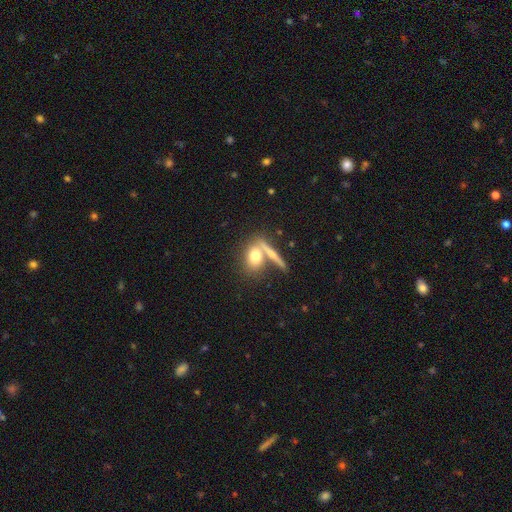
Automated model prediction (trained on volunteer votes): smooth-or-featured: smooth: 69% | featured or disk: 23% | star or artifact: 8%
  how-rounded: in between: 48% | round: 38% | cigar-shaped: 14%
  merging: none: 49% | merger: 36% | minor disturbance: 10% | major disturbance: 5%